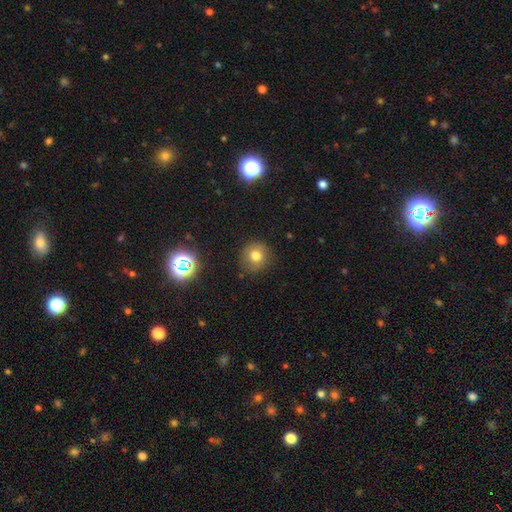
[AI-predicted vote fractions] Smooth or featured?
  - smooth: 75% *
  - star or artifact: 16%
  - featured or disk: 9%
How rounded?
  - round: 91% *
  - in between: 8%
  - cigar-shaped: 1%
Merging?
  - none: 86% *
  - minor disturbance: 10%
  - major disturbance: 3%
  - merger: 1%